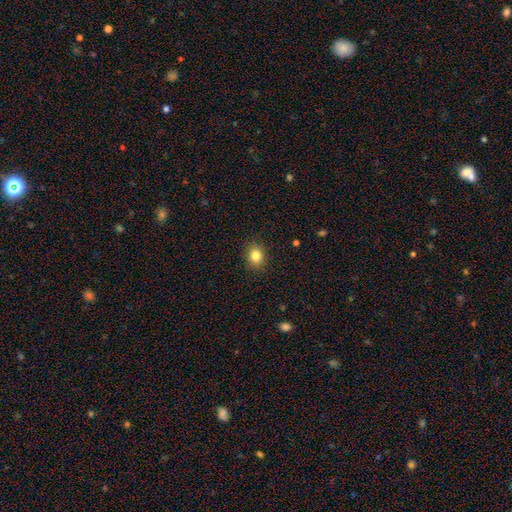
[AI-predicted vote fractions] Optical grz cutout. It shows a smooth galaxy with no disk features (83%) that is round (66%). Merging: none (89%).